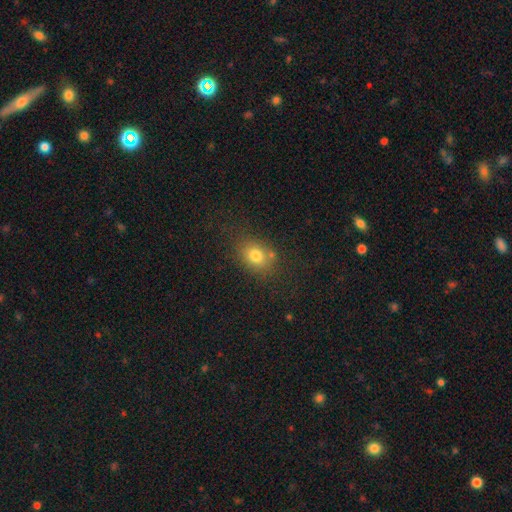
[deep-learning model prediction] smooth 77%, star or artifact 13%, featured or disk 10%. Down the decision tree: how rounded — in between (56%); merging — none (72%).